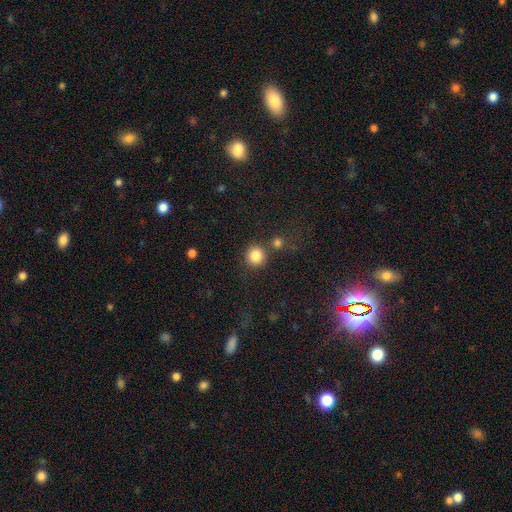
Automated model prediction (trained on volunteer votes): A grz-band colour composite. It shows a smooth galaxy with no disk features (84%) that is round (92%). Merging: none (77%).